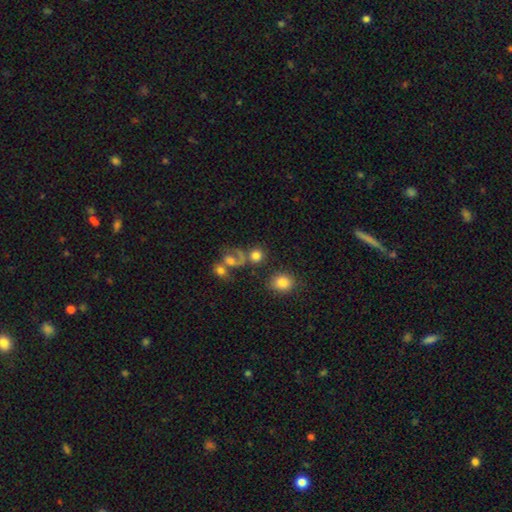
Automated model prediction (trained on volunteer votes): A smooth galaxy with no disk features (64%) that is round (80%).

Vote fractions:
- Smooth or featured? smooth: 64% / featured or disk: 24% / star or artifact: 12%
- How rounded? round: 80% / in between: 19% / cigar-shaped: 1%
- Merging? none: 40% / merger: 32% / major disturbance: 16% / minor disturbance: 12%